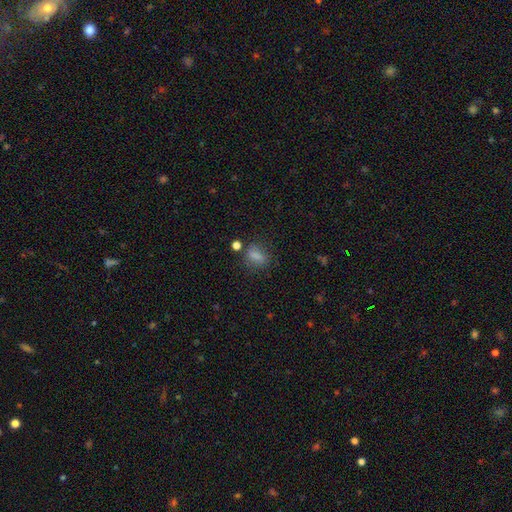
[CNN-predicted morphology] Overall: smooth (79%). How rounded: in between (67%). Merging: none (68%).